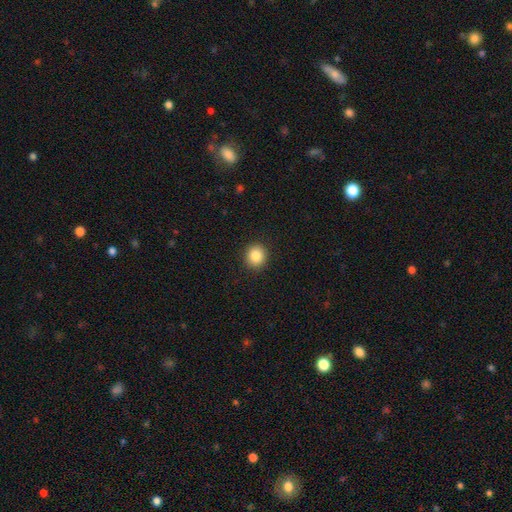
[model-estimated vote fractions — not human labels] smooth_or_featured: smooth (p=0.85) [alt: star or artifact p=0.10]
how_rounded: round (p=0.87) [alt: in between p=0.12]
merging: none (p=0.92) [alt: minor disturbance p=0.05]